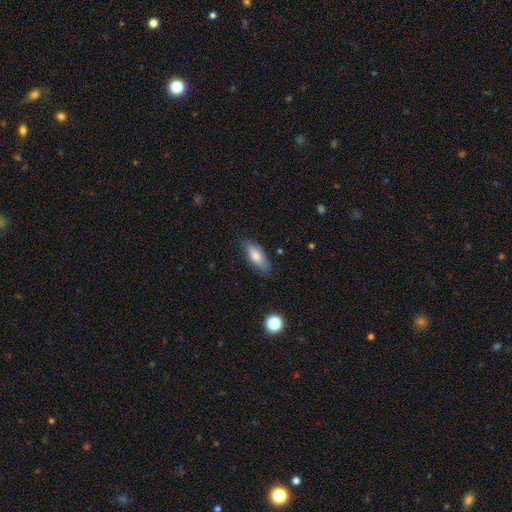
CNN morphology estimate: Smooth or featured? smooth (77%)
How rounded? in between (76%)
Merging? none (80%)